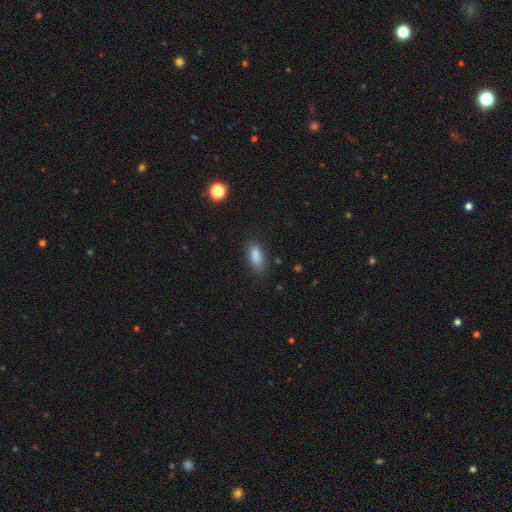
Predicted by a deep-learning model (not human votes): Smooth or featured: smooth — 85% (star or artifact — 9%)
How rounded: in between — 80% (cigar-shaped — 16%)
Merging: none — 79% (minor disturbance — 16%)